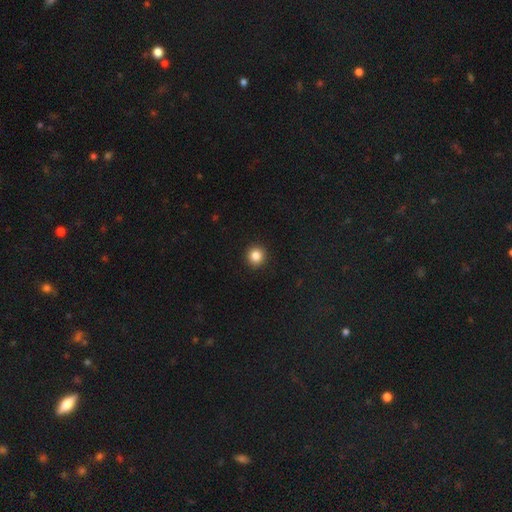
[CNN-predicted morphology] A smooth galaxy with no disk features (85%) that is round (93%).

Vote fractions:
- Smooth or featured? smooth: 85% / star or artifact: 11% / featured or disk: 5%
- How rounded? round: 93% / in between: 6% / cigar-shaped: 1%
- Merging? none: 93% / minor disturbance: 4% / major disturbance: 2% / merger: 1%